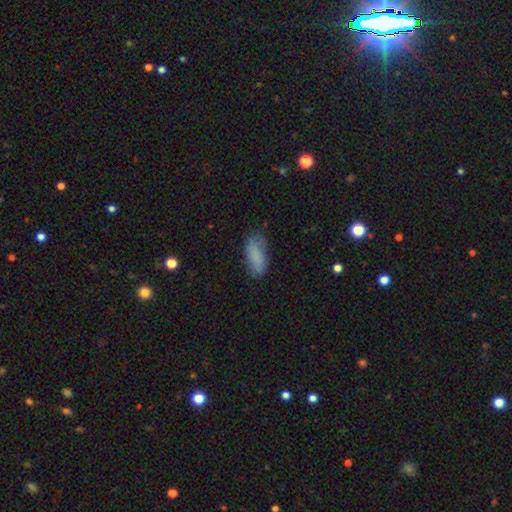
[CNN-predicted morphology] Overall: smooth (82%). How rounded: in between (79%). Merging: none (71%).